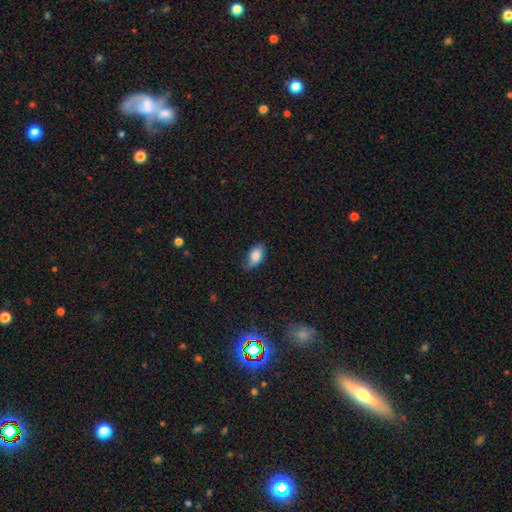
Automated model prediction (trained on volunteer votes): smooth-or-featured: smooth: 81% | featured or disk: 12% | star or artifact: 7%
  how-rounded: in between: 91% | round: 5% | cigar-shaped: 4%
  merging: none: 63% | minor disturbance: 29% | major disturbance: 6% | merger: 1%